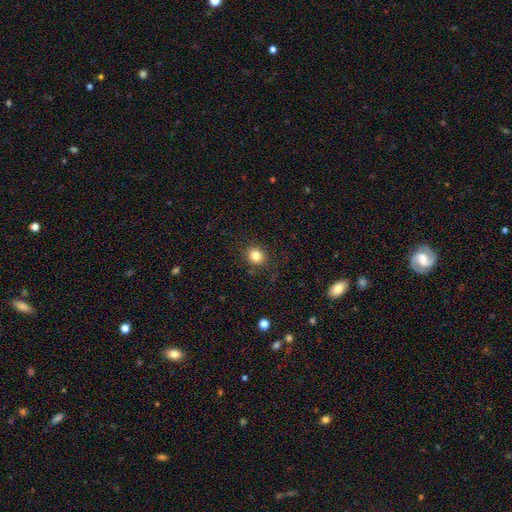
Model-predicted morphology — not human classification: smooth 82%, star or artifact 12%, featured or disk 7%. Down the decision tree: how rounded — round (73%); merging — none (87%).